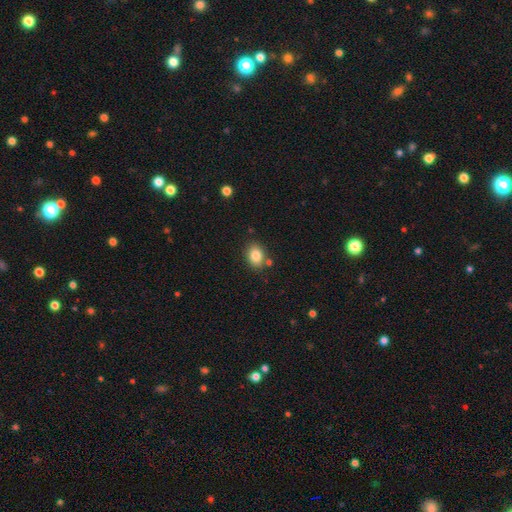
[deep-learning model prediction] This appears to be a smooth galaxy with no disk features (84%) that is in between round and cigar-shaped (67%). Merging: none (80%).